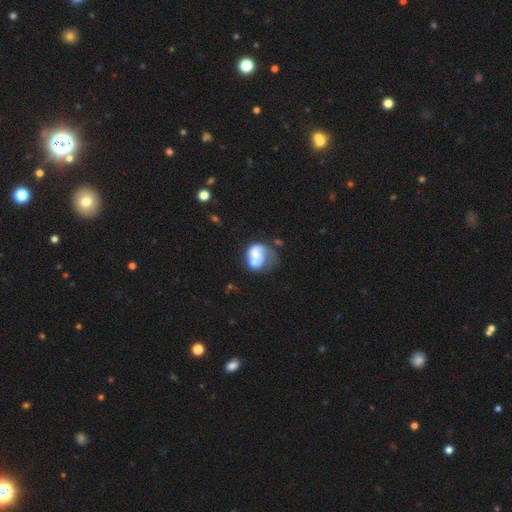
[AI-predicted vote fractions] Morphology: type=featured or disk (49%); merging=merger (32%).